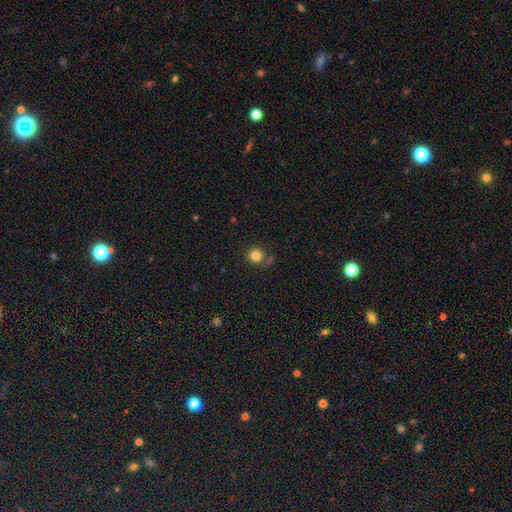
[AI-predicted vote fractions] A smooth galaxy with no disk features (83%) that is round (93%).

Vote fractions:
- Smooth or featured? smooth: 83% / star or artifact: 12% / featured or disk: 5%
- How rounded? round: 93% / in between: 6% / cigar-shaped: 1%
- Merging? none: 80% / minor disturbance: 9% / merger: 8% / major disturbance: 3%